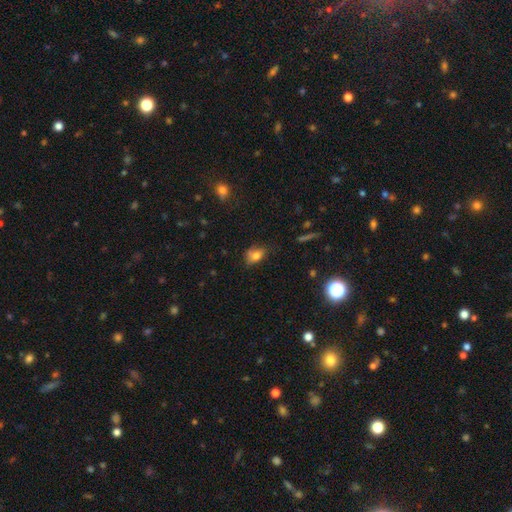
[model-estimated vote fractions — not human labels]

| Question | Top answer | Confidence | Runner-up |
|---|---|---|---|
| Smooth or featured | smooth | 76% | featured or disk (13%) |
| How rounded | in between | 81% | round (17%) |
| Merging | none | 52% | minor disturbance (34%) |